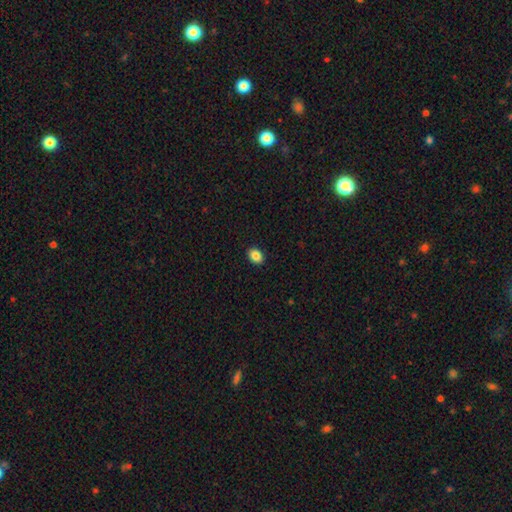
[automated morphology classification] This appears to be a smooth galaxy with no disk features (86%) that is in between round and cigar-shaped (65%). Merging: none (91%).